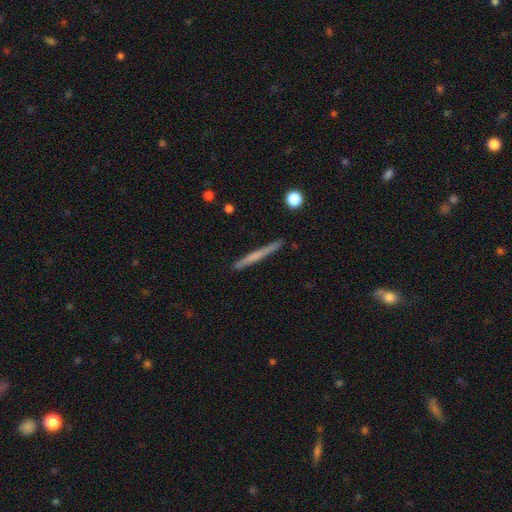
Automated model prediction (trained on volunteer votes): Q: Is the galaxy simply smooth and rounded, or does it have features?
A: smooth — 49%.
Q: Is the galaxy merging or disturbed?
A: none — 91%.